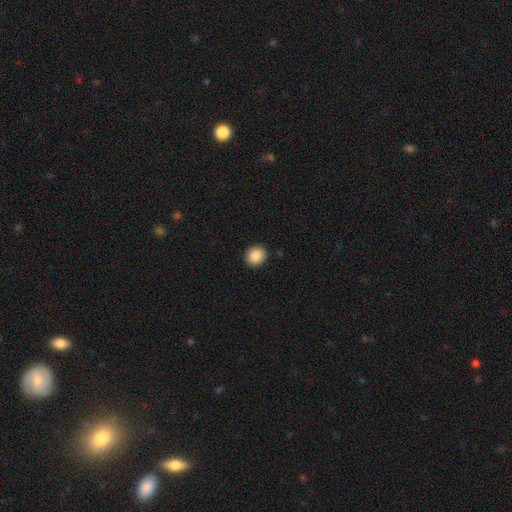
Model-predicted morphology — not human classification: Overall: smooth (87%). How rounded: round (81%). Merging: none (92%).